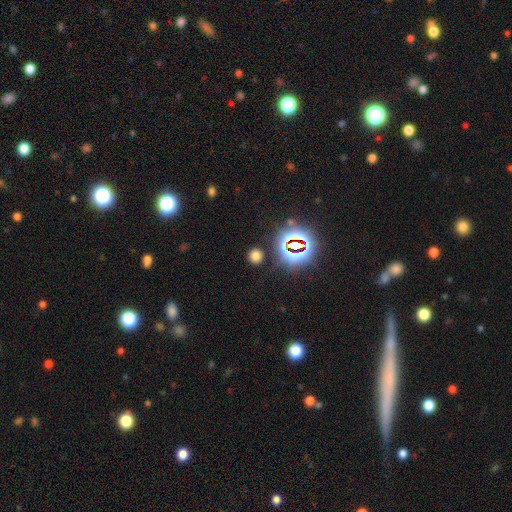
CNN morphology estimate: Overall: smooth (66%; star or artifact 28%). How rounded: round (87%). Merging: none (88%).